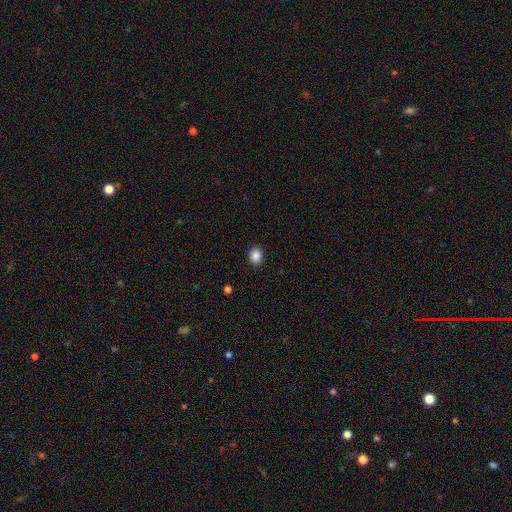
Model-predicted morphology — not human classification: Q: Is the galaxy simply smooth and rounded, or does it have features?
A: smooth — 87%.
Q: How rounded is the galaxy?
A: round — 53%.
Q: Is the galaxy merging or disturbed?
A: none — 91%.